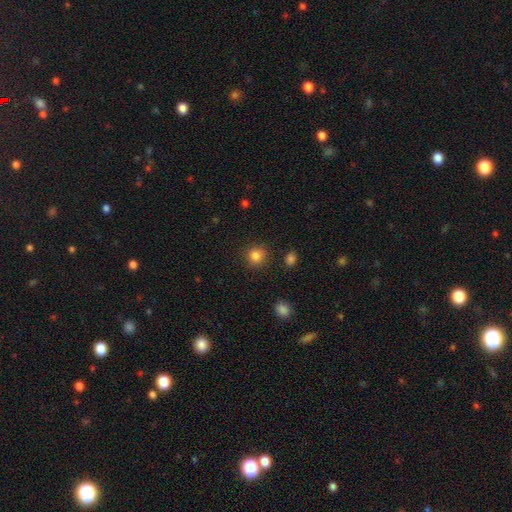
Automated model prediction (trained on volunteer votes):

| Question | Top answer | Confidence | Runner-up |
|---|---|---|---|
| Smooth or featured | smooth | 84% | star or artifact (11%) |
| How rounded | round | 90% | in between (9%) |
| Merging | none | 88% | minor disturbance (7%) |